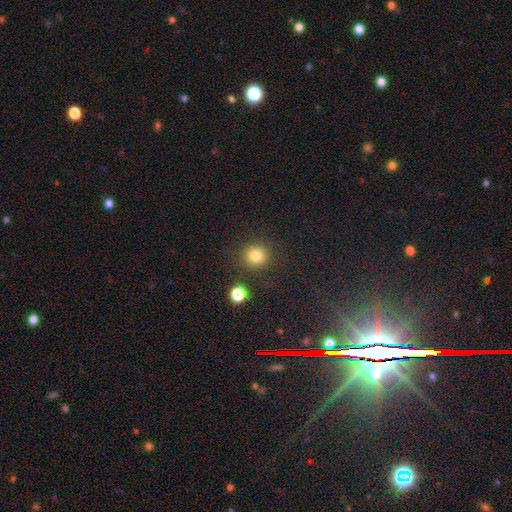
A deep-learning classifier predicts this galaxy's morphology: smooth-or-featured: smooth: 82% | star or artifact: 13% | featured or disk: 5%
  how-rounded: round: 91% | in between: 8% | cigar-shaped: 1%
  merging: none: 85% | minor disturbance: 8% | merger: 4% | major disturbance: 3%